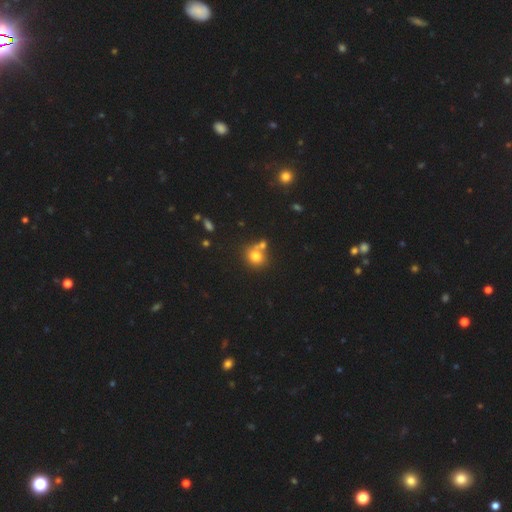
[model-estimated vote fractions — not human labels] A smooth galaxy with no disk features (76%) that is round (78%).

Vote fractions:
- Smooth or featured? smooth: 76% / star or artifact: 14% / featured or disk: 10%
- How rounded? round: 78% / in between: 21% / cigar-shaped: 1%
- Merging? none: 52% / merger: 33% / minor disturbance: 11% / major disturbance: 4%